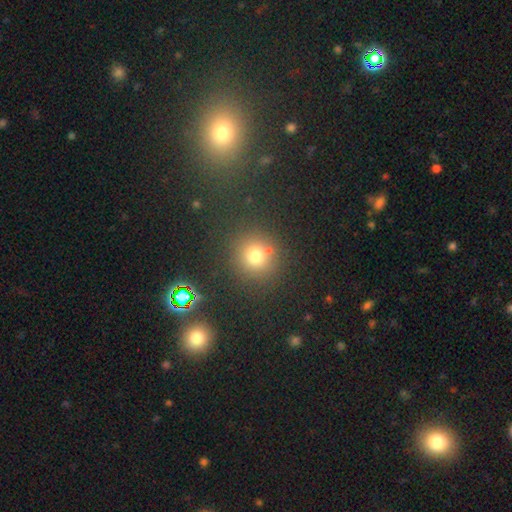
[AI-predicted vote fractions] Smooth or featured? Predicted: smooth (p=0.72). How rounded? Predicted: round (p=0.91). Merging? Predicted: none (p=0.80).